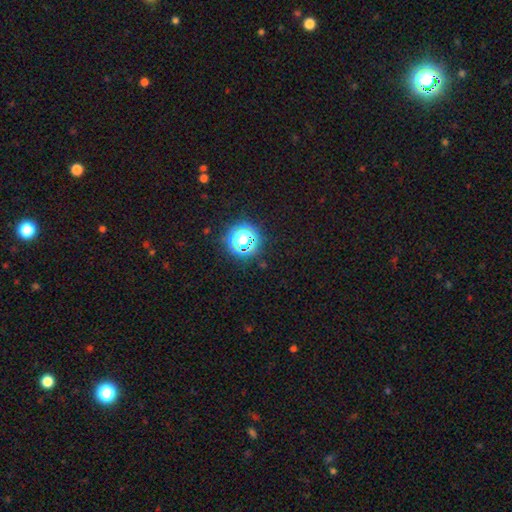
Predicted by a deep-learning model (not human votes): Smooth or featured: star or artifact — 76% (smooth — 18%)